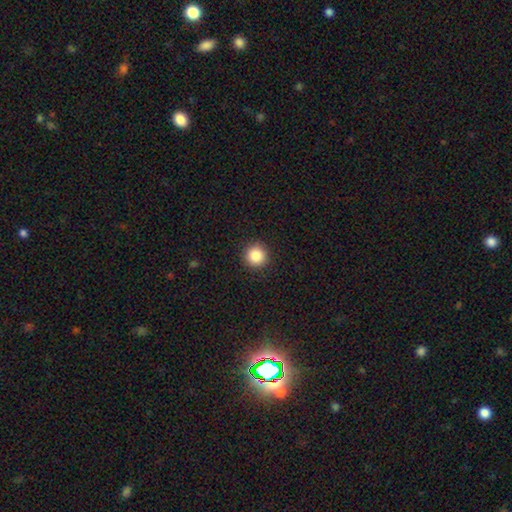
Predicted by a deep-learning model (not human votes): Q: Smooth or featured?
A: smooth (86%); runner-up: star or artifact (10%)
Q: How rounded?
A: round (95%); runner-up: in between (4%)
Q: Merging?
A: none (92%); runner-up: minor disturbance (5%)